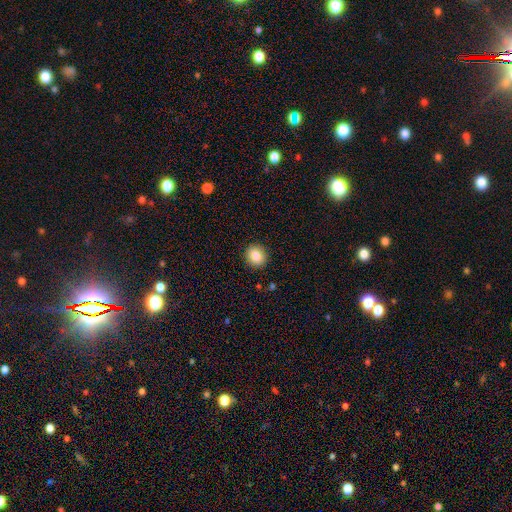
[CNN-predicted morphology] Smooth or featured: smooth — 85% (star or artifact — 9%)
How rounded: round — 86% (in between — 13%)
Merging: none — 91% (minor disturbance — 6%)